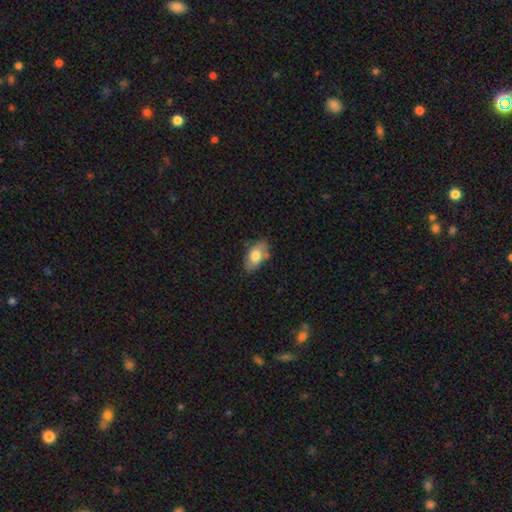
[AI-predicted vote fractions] Smooth or featured? Predicted: smooth (p=0.73). How rounded? Predicted: in between (p=0.92). Merging? Predicted: none (p=0.72).